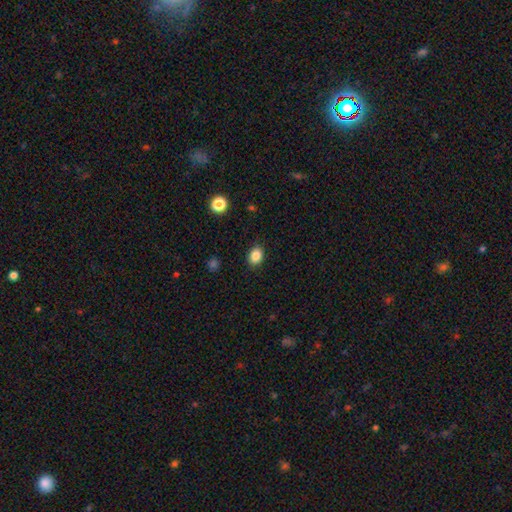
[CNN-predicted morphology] A smooth galaxy with no disk features (86%) that is in between round and cigar-shaped (65%).

Vote fractions:
- Smooth or featured? smooth: 86% / star or artifact: 10% / featured or disk: 5%
- How rounded? in between: 65% / round: 34% / cigar-shaped: 1%
- Merging? none: 88% / minor disturbance: 9% / major disturbance: 2% / merger: 1%